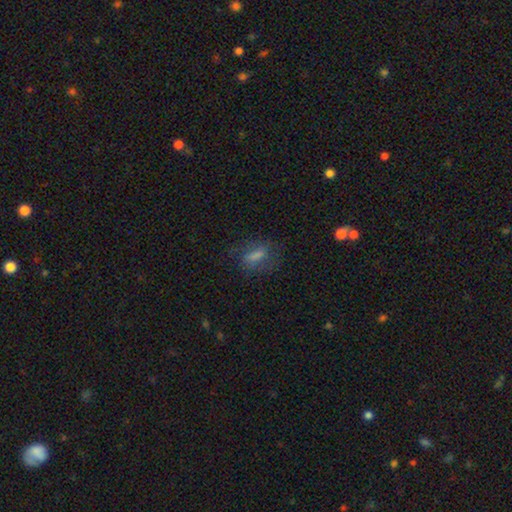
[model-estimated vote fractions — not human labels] Smooth or featured? smooth (63%)
How rounded? in between (59%)
Merging? none (63%)